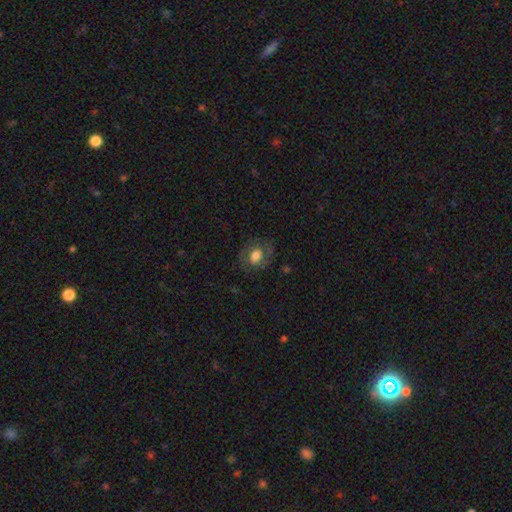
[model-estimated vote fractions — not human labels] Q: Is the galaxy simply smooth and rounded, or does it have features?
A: smooth — 59%.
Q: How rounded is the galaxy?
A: in between — 52%.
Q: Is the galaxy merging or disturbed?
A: none — 73%.